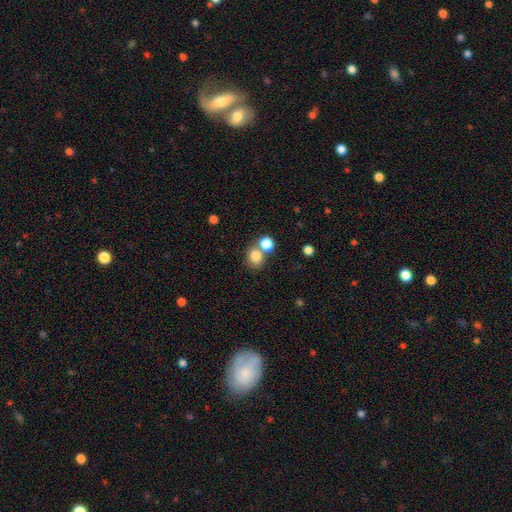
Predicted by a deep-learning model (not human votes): Smooth or featured? smooth (81%)
How rounded? round (67%)
Merging? none (52%)